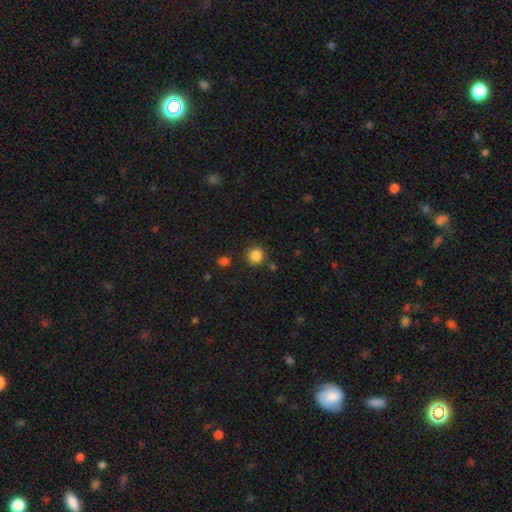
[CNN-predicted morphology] This appears to be a smooth galaxy with no disk features (86%) that is round (92%). Merging: none (87%).